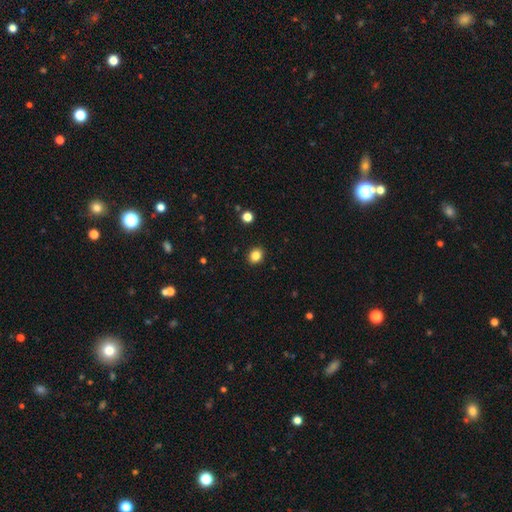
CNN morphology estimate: A smooth galaxy with no disk features (84%) that is round (67%).

Vote fractions:
- Smooth or featured? smooth: 84% / star or artifact: 11% / featured or disk: 5%
- How rounded? round: 67% / in between: 33% / cigar-shaped: 1%
- Merging? none: 91% / minor disturbance: 6% / major disturbance: 2% / merger: 1%